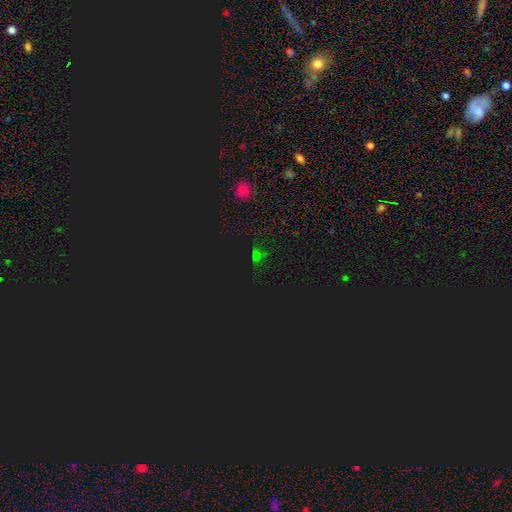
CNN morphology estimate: Smooth or featured?
  - star or artifact: 66% *
  - smooth: 27%
  - featured or disk: 8%